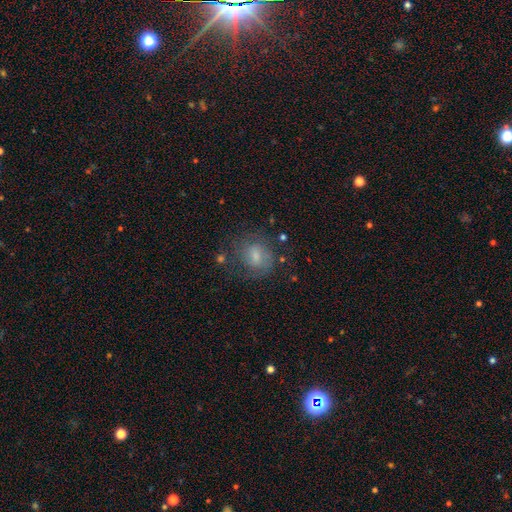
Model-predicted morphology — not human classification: Smooth or featured? Predicted: smooth (p=0.48). Merging? Predicted: none (p=0.64).